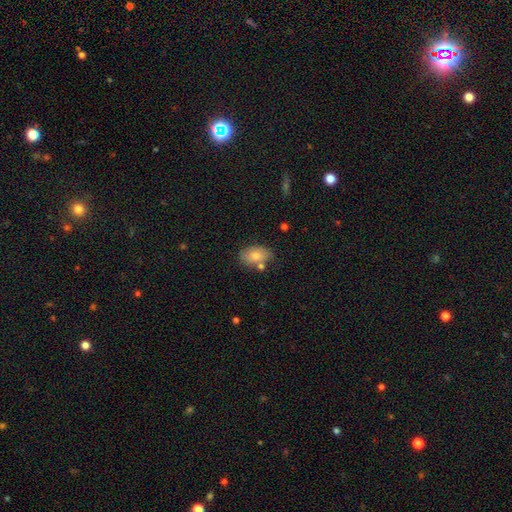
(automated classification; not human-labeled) Morphology: type=smooth (81%); roundness=in between (89%); merging=none (67%).